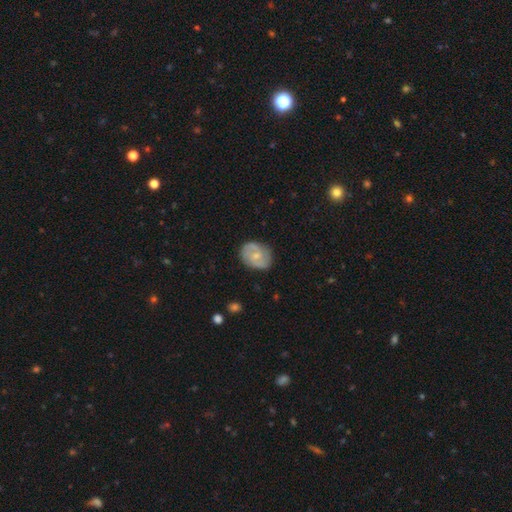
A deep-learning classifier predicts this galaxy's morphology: smooth-or-featured: featured or disk: 55% | smooth: 38% | star or artifact: 7%
  disk-edge-on: no: 97% | yes: 3%
    bar: no: 59% | weak: 35% | strong: 6%
    has-spiral-arms: yes: 79% | no: 21%
    bulge-size: small: 55% | moderate: 39% | none: 4% | large: 1% | dominant: 1%
  merging: none: 78% | minor disturbance: 17% | major disturbance: 4% | merger: 1%